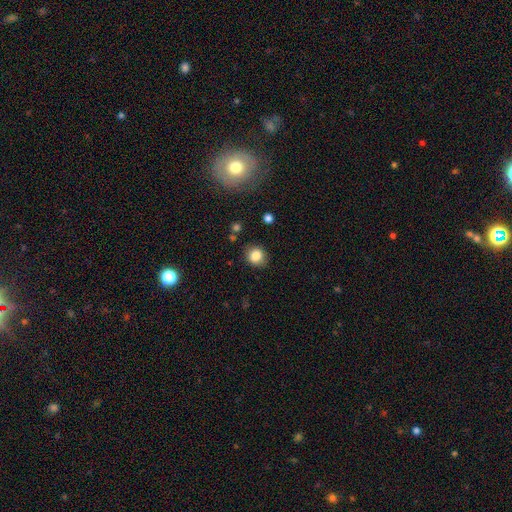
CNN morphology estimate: This appears to be a smooth galaxy with no disk features (83%) that is round (79%). Merging: none (86%).